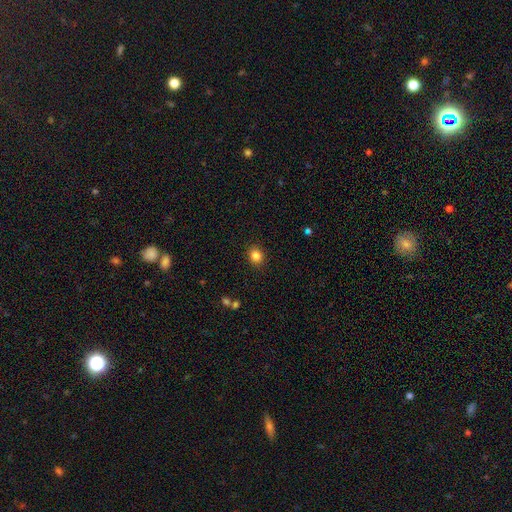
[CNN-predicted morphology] Q: Smooth or featured?
A: smooth (84%); runner-up: star or artifact (11%)
Q: How rounded?
A: round (73%); runner-up: in between (26%)
Q: Merging?
A: none (90%); runner-up: minor disturbance (7%)